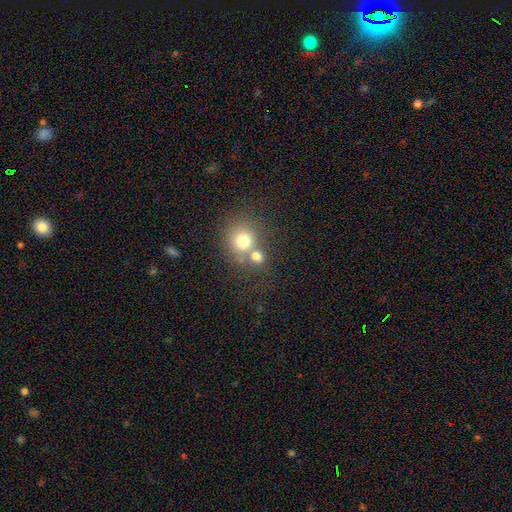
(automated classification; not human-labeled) Smooth or featured: smooth — 74% (star or artifact — 14%)
How rounded: round — 82% (in between — 17%)
Merging: merger — 44% (tied with none — 44%)